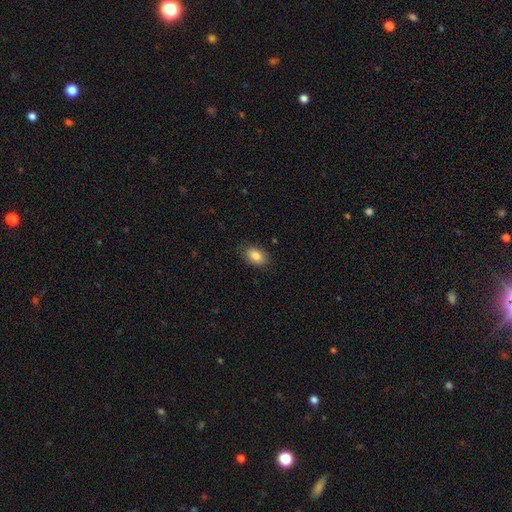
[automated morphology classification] smooth_or_featured: smooth (p=0.84) [alt: featured or disk p=0.09]
how_rounded: in between (p=0.89) [alt: round p=0.09]
merging: none (p=0.82) [alt: minor disturbance p=0.14]